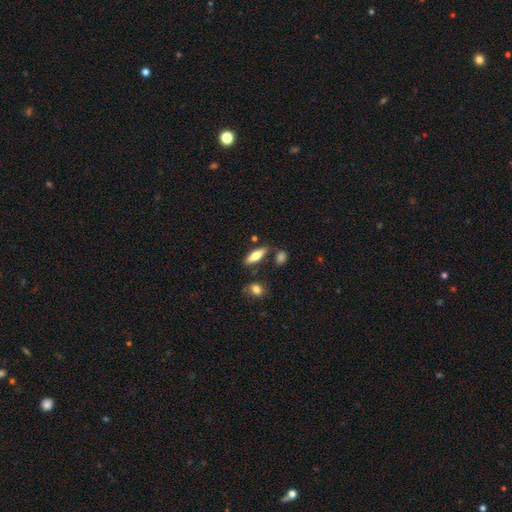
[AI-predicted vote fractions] A smooth galaxy with no disk features (68%) that is in between round and cigar-shaped (52%).

Vote fractions:
- Smooth or featured? smooth: 68% / featured or disk: 26% / star or artifact: 6%
- How rounded? in between: 52% / cigar-shaped: 46% / round: 3%
- Merging? none: 77% / minor disturbance: 13% / merger: 6% / major disturbance: 3%